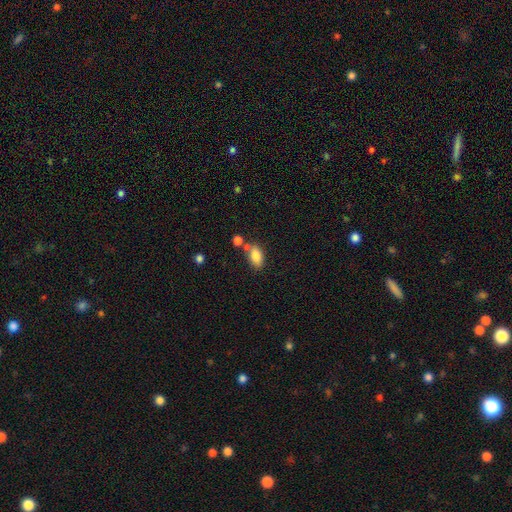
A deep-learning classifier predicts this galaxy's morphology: smooth_or_featured: smooth (p=0.83) [alt: featured or disk p=0.08]
how_rounded: in between (p=0.89) [alt: round p=0.09]
merging: none (p=0.60) [alt: merger p=0.21]